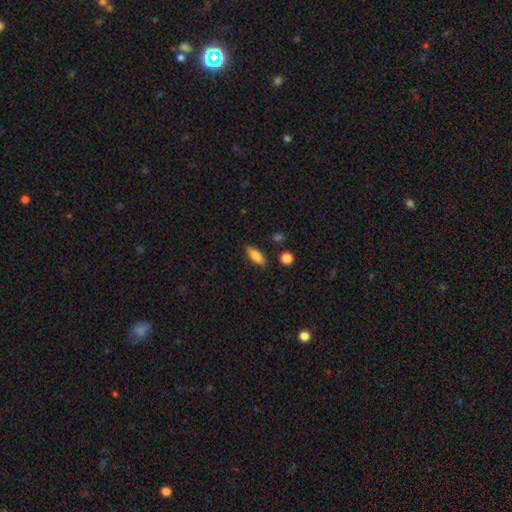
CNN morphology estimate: Smooth or featured?
  - smooth: 82% *
  - featured or disk: 11%
  - star or artifact: 7%
How rounded?
  - in between: 71% *
  - cigar-shaped: 26%
  - round: 3%
Merging?
  - none: 84% *
  - minor disturbance: 11%
  - major disturbance: 3%
  - merger: 2%